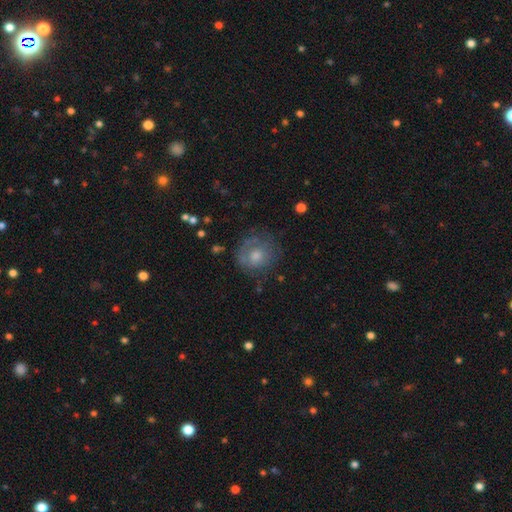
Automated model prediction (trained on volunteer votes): A smooth galaxy with no disk features (51%) that is round (82%).

Vote fractions:
- Smooth or featured? smooth: 51% / featured or disk: 35% / star or artifact: 14%
- How rounded? round: 82% / in between: 17% / cigar-shaped: 1%
- Merging? none: 68% / minor disturbance: 19% / major disturbance: 11% / merger: 2%